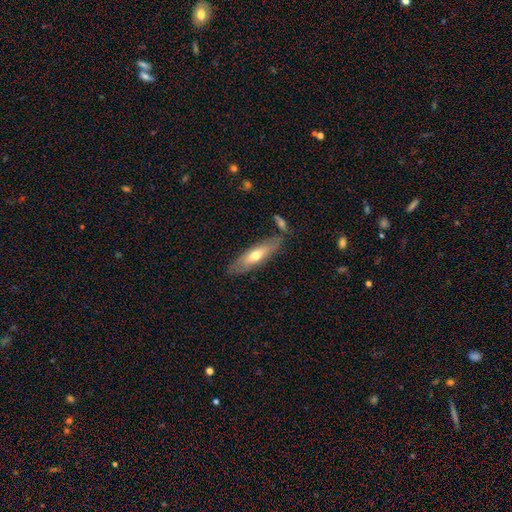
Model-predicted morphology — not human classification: Q: Smooth or featured?
A: smooth (55%); runner-up: featured or disk (40%)
Q: How rounded?
A: cigar-shaped (59%); runner-up: in between (39%)
Q: Merging?
A: none (77%); runner-up: minor disturbance (14%)